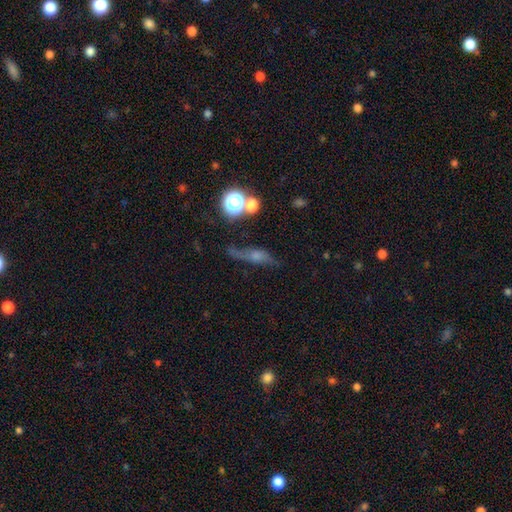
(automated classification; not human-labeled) Smooth or featured? Predicted: featured or disk (p=0.50). Edge-on disk? Predicted: yes (p=0.57). Merging? Predicted: none (p=0.61).